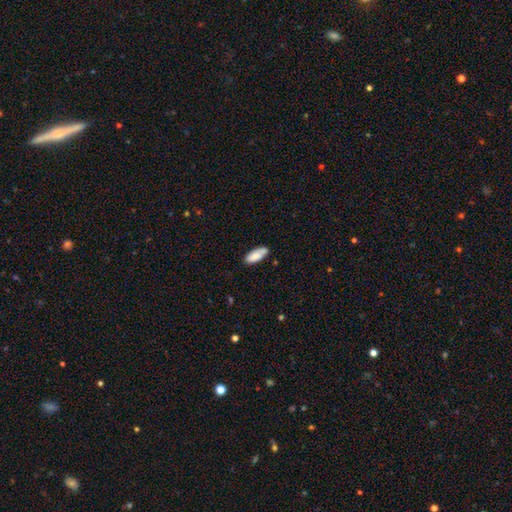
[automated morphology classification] A smooth galaxy with no disk features (83%) that is in between round and cigar-shaped (77%).

Vote fractions:
- Smooth or featured? smooth: 83% / featured or disk: 11% / star or artifact: 6%
- How rounded? in between: 77% / cigar-shaped: 21% / round: 2%
- Merging? none: 71% / minor disturbance: 19% / merger: 6% / major disturbance: 3%